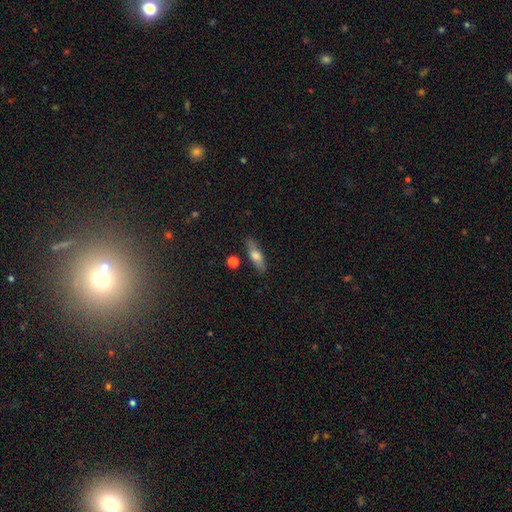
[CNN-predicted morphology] Overall: smooth (60%; featured or disk 33%). How rounded: cigar-shaped (57%; in between 40%). Merging: none (82%).